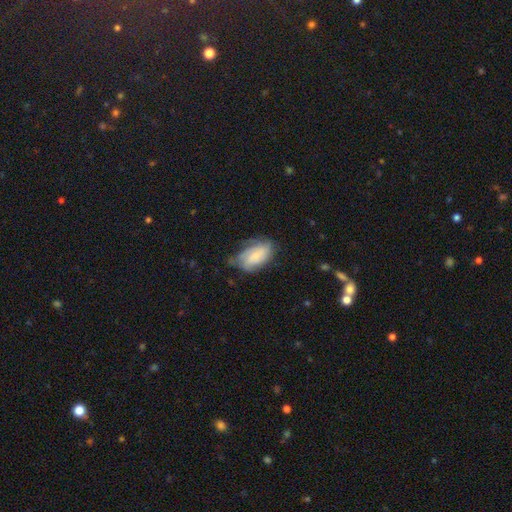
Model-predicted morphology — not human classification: This appears to be a smooth galaxy with no disk features (59%) that is in between round and cigar-shaped (91%). Merging: none (47%).